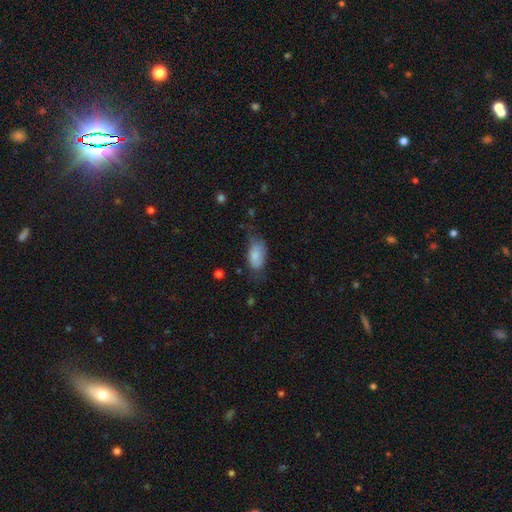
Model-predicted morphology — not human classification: The model was most divided on "merging": none: 44%, minor disturbance: 37%, major disturbance: 17%, merger: 2%. More confident: how rounded — in between (92%); smooth or featured — smooth (81%).